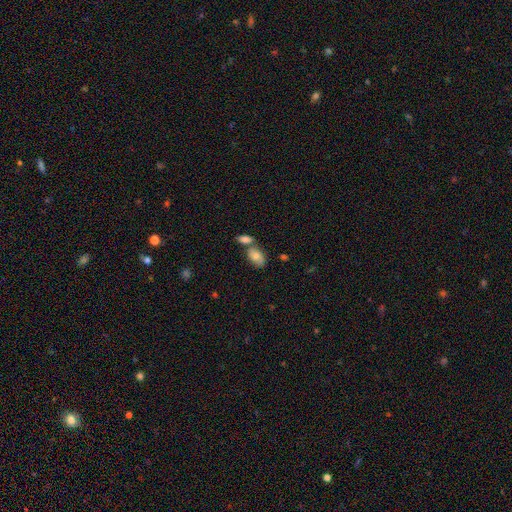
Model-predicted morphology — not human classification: Smooth or featured? Predicted: smooth (p=0.67). How rounded? Predicted: in between (p=0.89). Merging? Predicted: none (p=0.41).